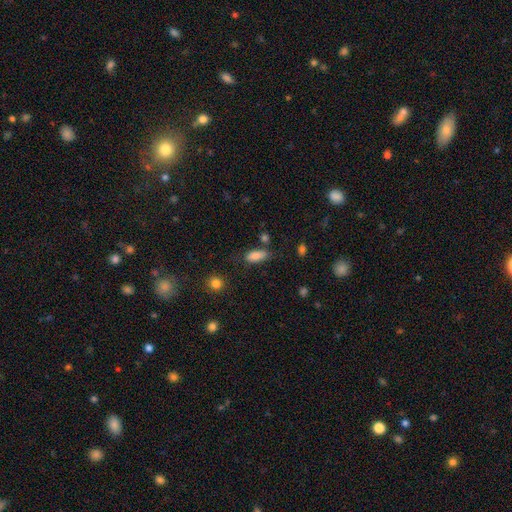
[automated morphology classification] smooth-or-featured: smooth: 85% | star or artifact: 9% | featured or disk: 6%
  how-rounded: in between: 81% | cigar-shaped: 16% | round: 3%
  merging: none: 64% | minor disturbance: 23% | major disturbance: 7% | merger: 6%